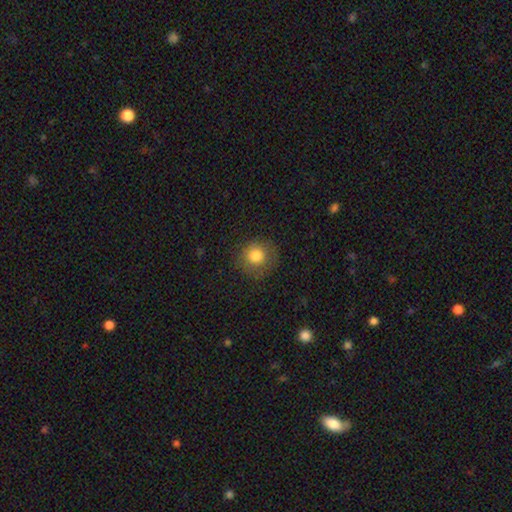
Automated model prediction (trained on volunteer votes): Morphology: type=smooth (81%); roundness=round (89%); merging=none (81%).